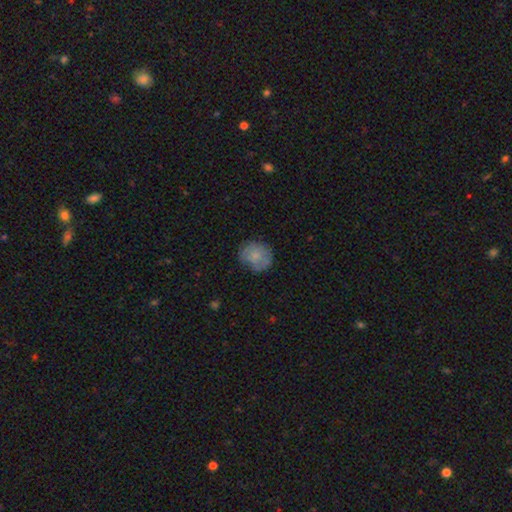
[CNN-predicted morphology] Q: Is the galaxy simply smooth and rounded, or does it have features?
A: smooth — 73%.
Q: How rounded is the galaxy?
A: round — 78%.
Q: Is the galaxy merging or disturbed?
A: none — 69%.